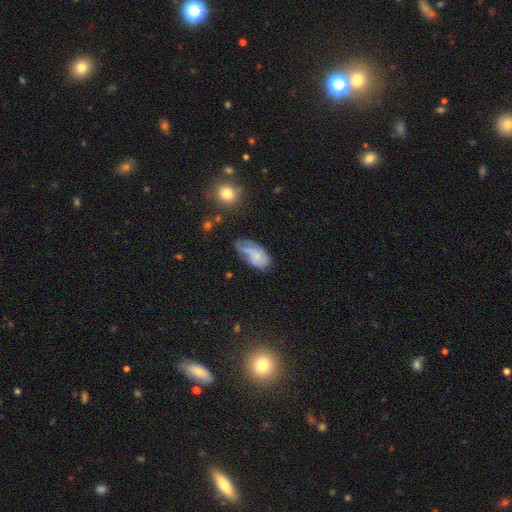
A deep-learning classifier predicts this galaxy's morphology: This is possibly a smooth galaxy (57%). How rounded: clearly in between (92%). Merging: marginally minor disturbance (36%).